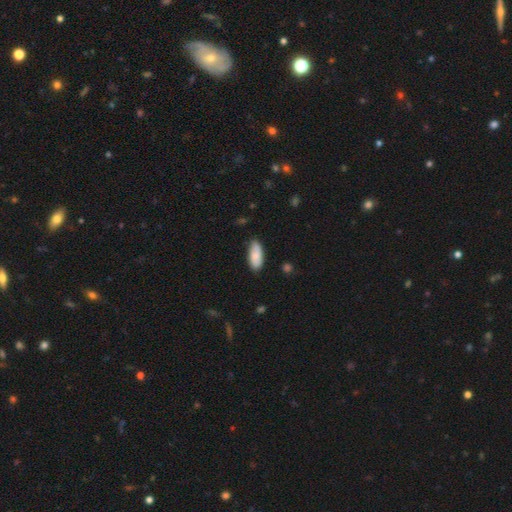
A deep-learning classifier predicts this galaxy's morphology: Smooth or featured? smooth (82%)
How rounded? in between (84%)
Merging? none (78%)